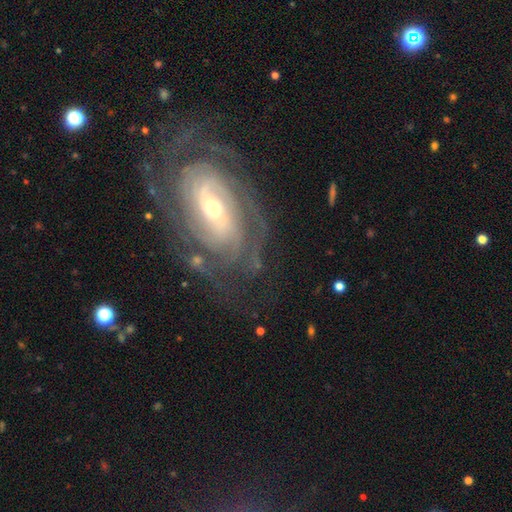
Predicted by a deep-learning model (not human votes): Smooth or featured? Predicted: featured or disk (p=0.87). Edge-on disk? Predicted: no (p=0.95). Bar? Predicted: no (p=0.39). Spiral arms? Predicted: yes (p=0.95). Spiral winding? Predicted: tight (p=0.72). Spiral arm count? Predicted: can't tell (p=0.35). Bulge size? Predicted: moderate (p=0.51). Merging? Predicted: none (p=0.73).